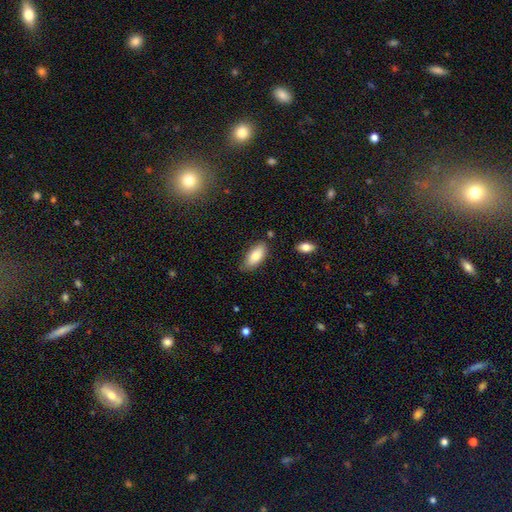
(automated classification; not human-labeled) This appears to be a smooth galaxy with no disk features (82%) that is in between round and cigar-shaped (87%). Merging: none (77%).